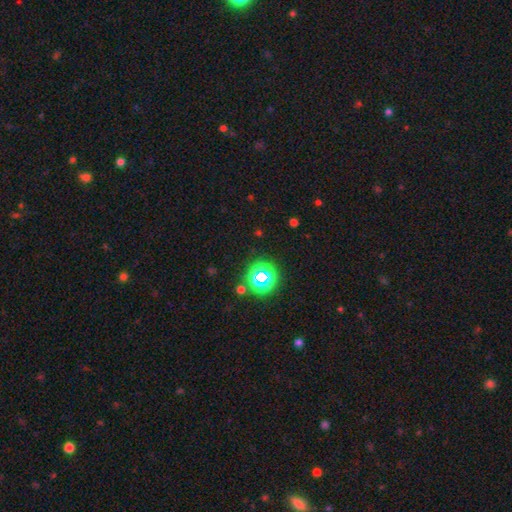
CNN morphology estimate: type=star or artifact (59%).